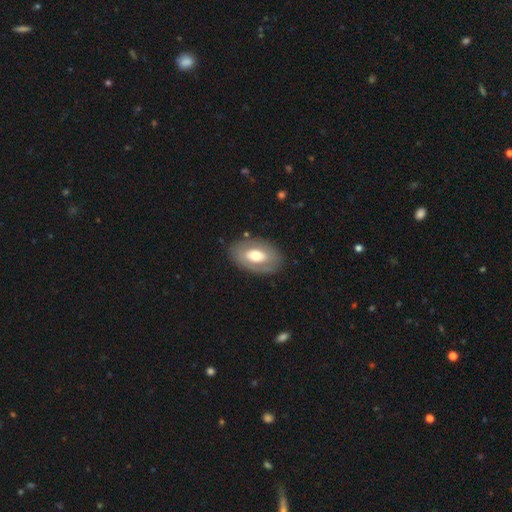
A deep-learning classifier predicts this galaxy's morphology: Q: Smooth or featured?
A: smooth (50%); runner-up: featured or disk (44%)
Q: How rounded?
A: in between (89%); runner-up: round (10%)
Q: Merging?
A: none (82%); runner-up: minor disturbance (12%)